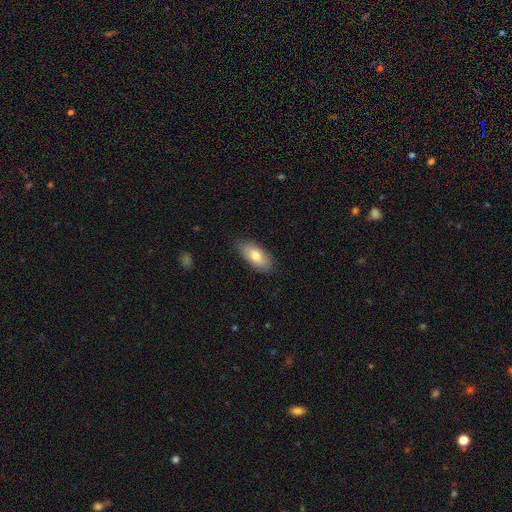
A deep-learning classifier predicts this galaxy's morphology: A smooth galaxy with no disk features (75%) that is in between round and cigar-shaped (91%). Merging: none (82%).